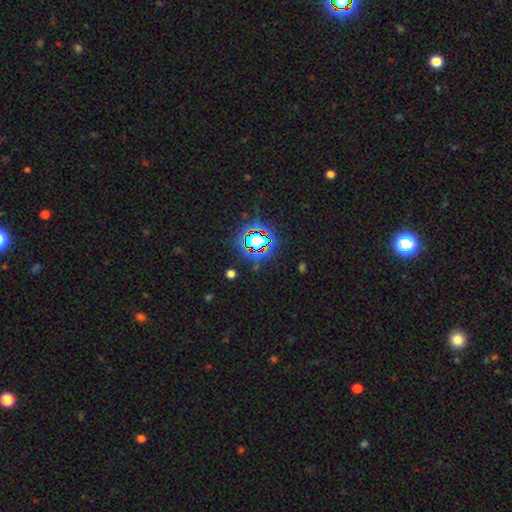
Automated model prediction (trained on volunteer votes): A star or artifact, not a galaxy (78%).